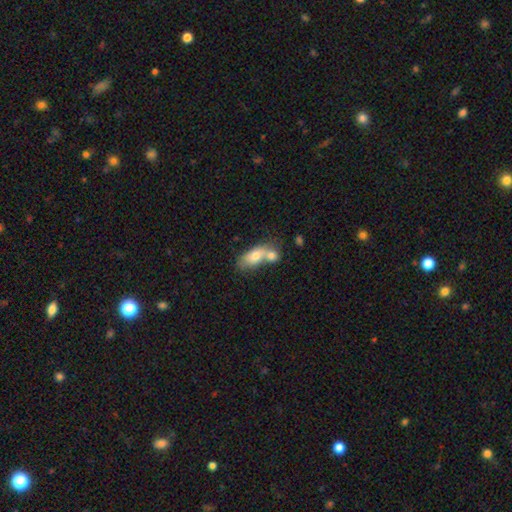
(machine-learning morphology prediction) This appears to be a smooth galaxy with no disk features (69%) that is in between round and cigar-shaped (78%). Merging: merger (65%).